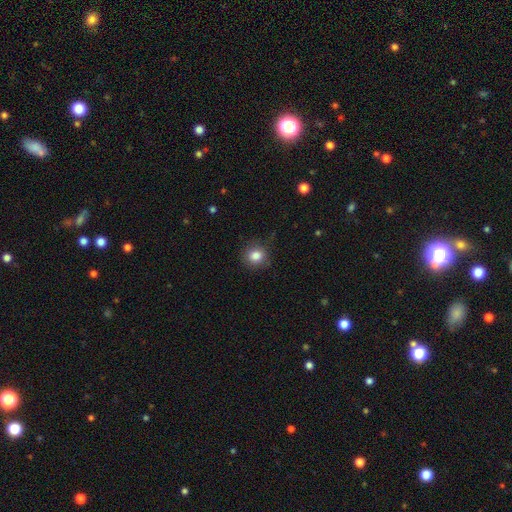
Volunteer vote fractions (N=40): This appears to be a smooth galaxy with no disk features (88%) that is round (74%). Merging: none (73%).